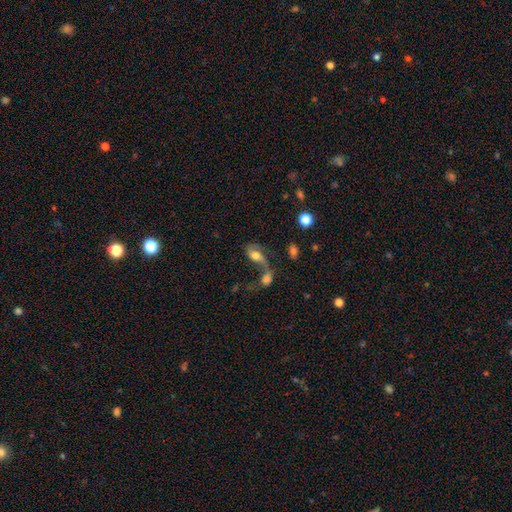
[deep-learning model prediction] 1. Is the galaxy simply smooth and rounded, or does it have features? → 50% featured or disk, 40% smooth, 10% star or artifact.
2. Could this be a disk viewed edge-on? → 93% no, 7% yes.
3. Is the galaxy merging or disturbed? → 47% merger, 22% none, 20% major disturbance, 11% minor disturbance.